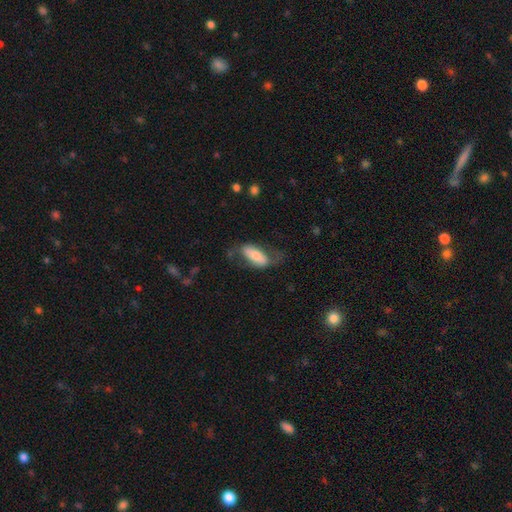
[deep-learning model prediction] smooth-or-featured: smooth: 63% | featured or disk: 31% | star or artifact: 6%
  how-rounded: in between: 79% | cigar-shaped: 19% | round: 3%
  merging: none: 52% | minor disturbance: 26% | major disturbance: 20% | merger: 3%